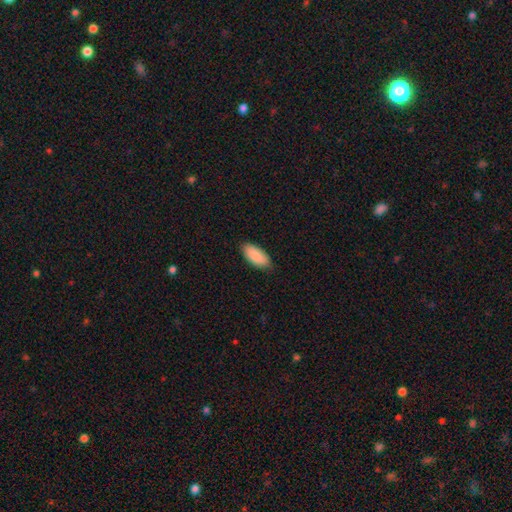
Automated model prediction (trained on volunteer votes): Smooth or featured? smooth (89%)
How rounded? in between (90%)
Merging? none (85%)